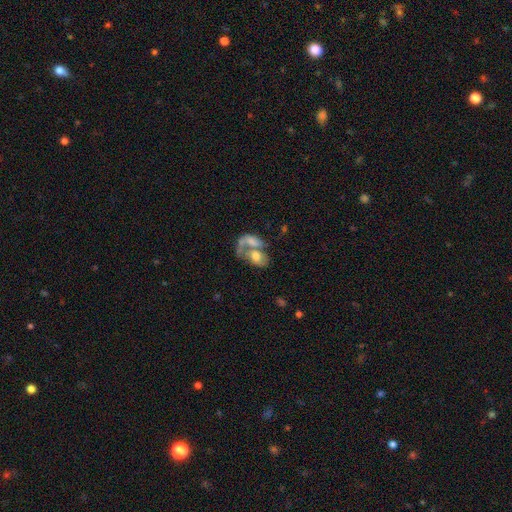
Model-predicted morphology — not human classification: smooth 49%, featured or disk 41%, star or artifact 10%. Down the decision tree: merging — merger (64%).